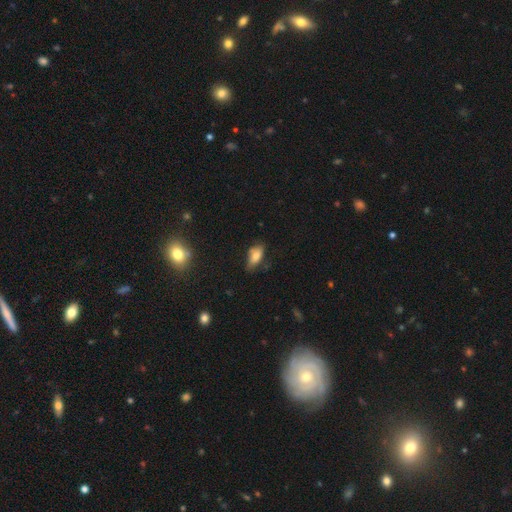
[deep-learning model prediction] The model was most divided on "merging": none: 54%, minor disturbance: 34%, major disturbance: 9%, merger: 3%. More confident: how rounded — in between (88%); smooth or featured — smooth (72%).